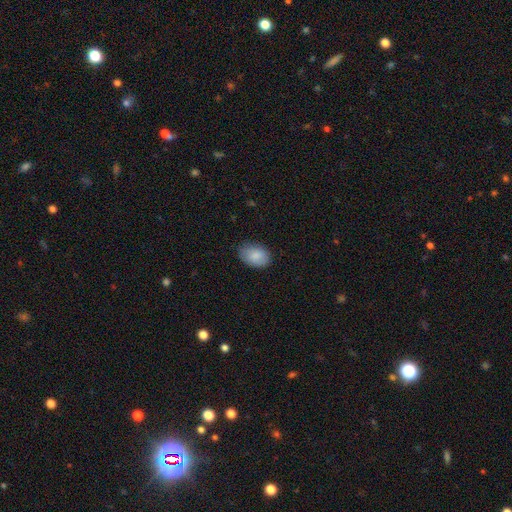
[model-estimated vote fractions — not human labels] smooth_or_featured: smooth (p=0.87) [alt: featured or disk p=0.06]
how_rounded: in between (p=0.87) [alt: round p=0.12]
merging: none (p=0.81) [alt: minor disturbance p=0.15]